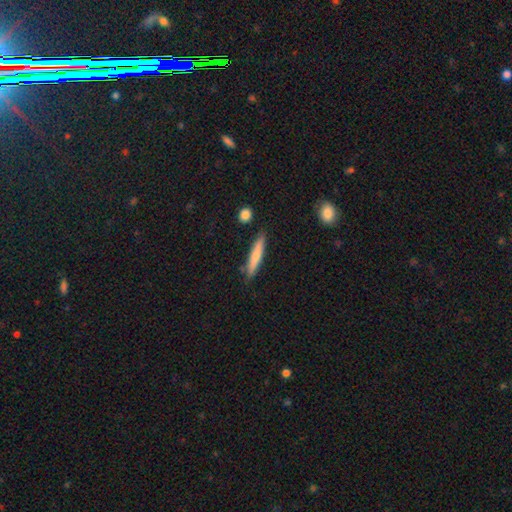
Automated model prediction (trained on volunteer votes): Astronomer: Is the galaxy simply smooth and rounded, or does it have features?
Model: smooth — 68%.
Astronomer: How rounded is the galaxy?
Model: cigar-shaped — 91%.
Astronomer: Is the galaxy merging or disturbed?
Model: none — 84%.